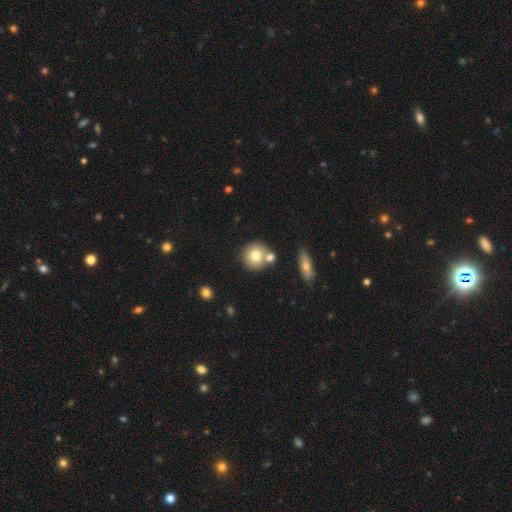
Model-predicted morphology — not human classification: Smooth or featured: smooth — 74% (featured or disk — 17%)
How rounded: round — 90% (in between — 9%)
Merging: none — 64% (merger — 24%)